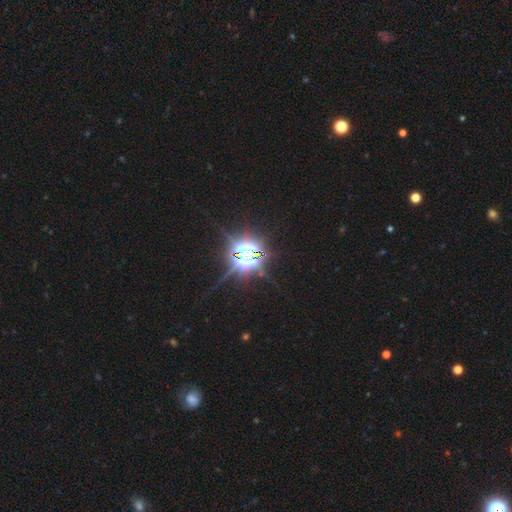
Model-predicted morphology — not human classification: A star or artifact, not a galaxy (81%).